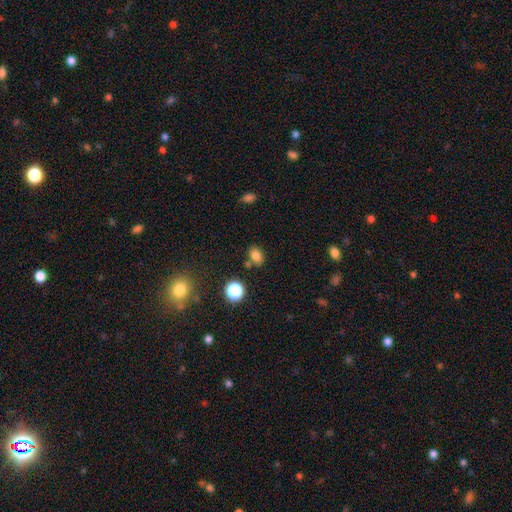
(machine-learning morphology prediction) The model was most divided on "how rounded": in between: 72%, round: 27%, cigar-shaped: 1%. More confident: smooth or featured — smooth (78%); merging — none (74%).